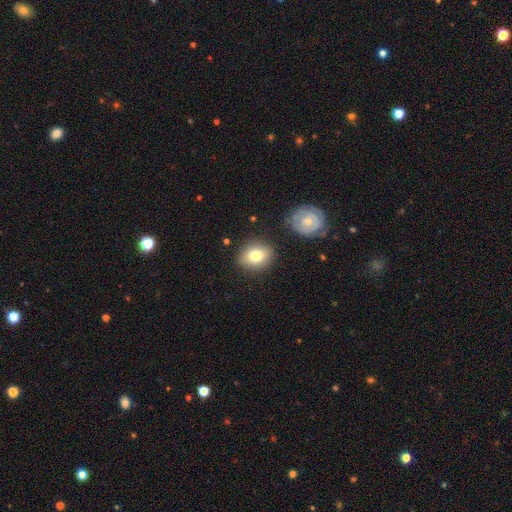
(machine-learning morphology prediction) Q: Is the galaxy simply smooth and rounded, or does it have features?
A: smooth — 75%.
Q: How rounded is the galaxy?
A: round — 56%.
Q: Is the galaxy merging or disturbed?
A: none — 82%.